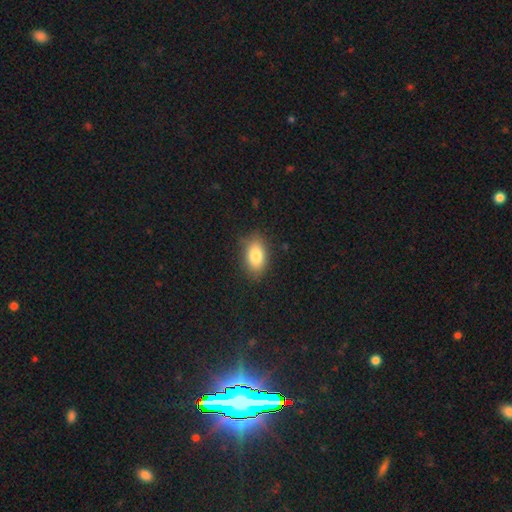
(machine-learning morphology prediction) smooth_or_featured: smooth (p=0.82) [alt: featured or disk p=0.10]
how_rounded: in between (p=0.89) [alt: round p=0.08]
merging: none (p=0.83) [alt: minor disturbance p=0.13]